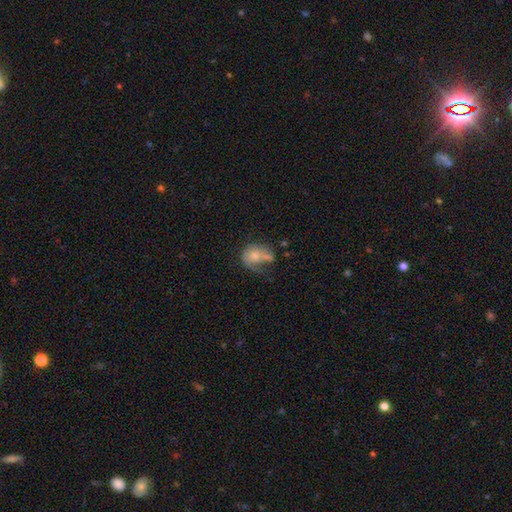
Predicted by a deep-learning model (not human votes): This is possibly a smooth galaxy (56%). How rounded: possibly in between (57%). Merging: marginally major disturbance (38%).